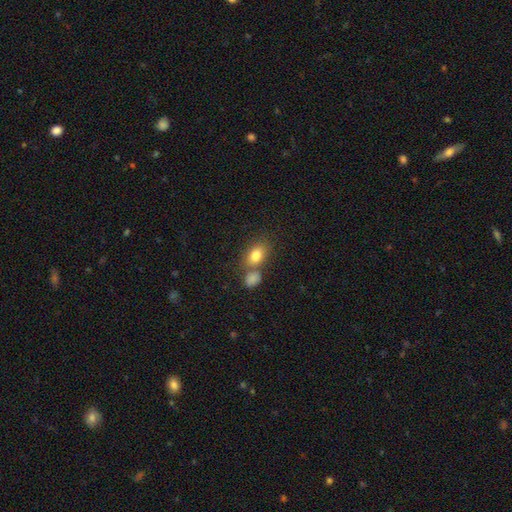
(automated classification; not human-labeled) smooth_or_featured: smooth (p=0.82) [alt: featured or disk p=0.09]
how_rounded: in between (p=0.79) [alt: round p=0.19]
merging: none (p=0.51) [alt: merger p=0.31]